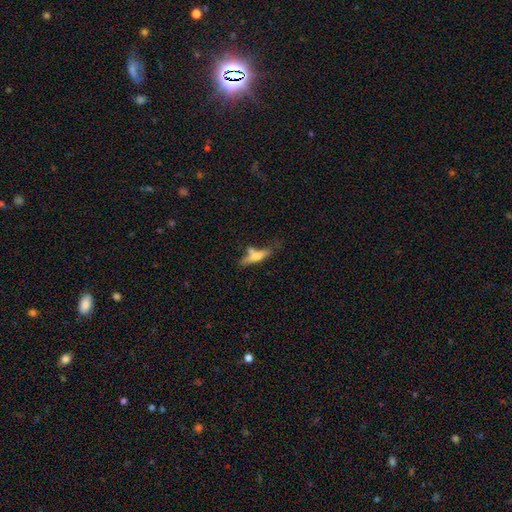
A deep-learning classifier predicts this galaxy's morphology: A smooth galaxy with no disk features (60%) that is cigar-shaped (73%).

Vote fractions:
- Smooth or featured? smooth: 60% / featured or disk: 32% / star or artifact: 8%
- How rounded? cigar-shaped: 73% / in between: 24% / round: 3%
- Merging? none: 47% / merger: 22% / minor disturbance: 21% / major disturbance: 11%